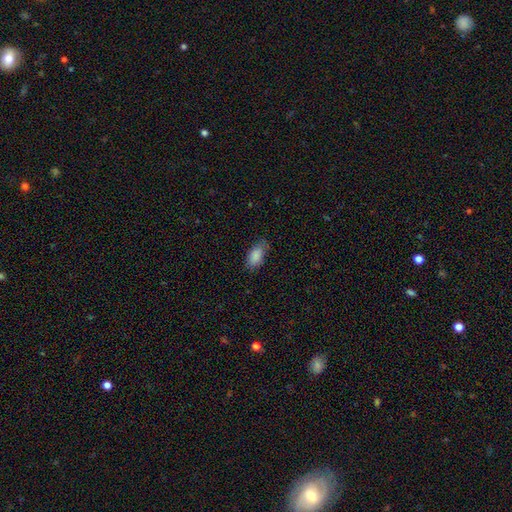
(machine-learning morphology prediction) smooth 87%, star or artifact 7%, featured or disk 6%. Down the decision tree: how rounded — in between (92%); merging — none (71%).